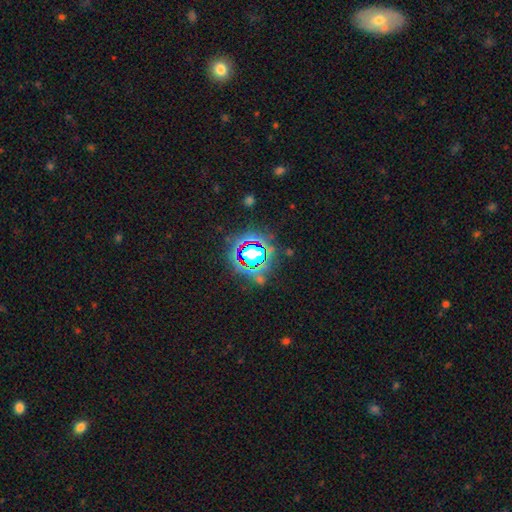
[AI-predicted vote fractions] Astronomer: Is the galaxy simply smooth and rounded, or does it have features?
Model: star or artifact — 80%.